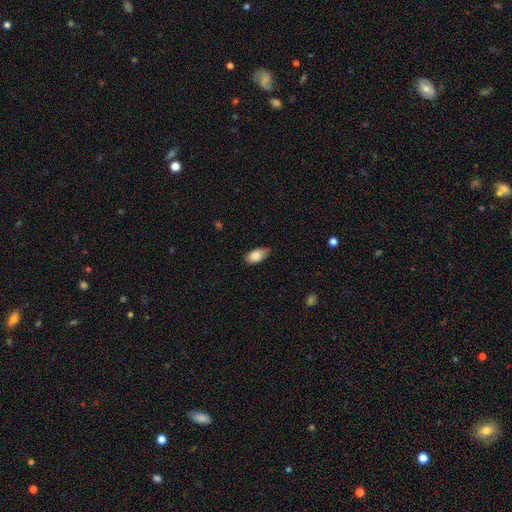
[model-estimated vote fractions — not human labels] Smooth or featured? smooth (86%)
How rounded? in between (92%)
Merging? none (71%)